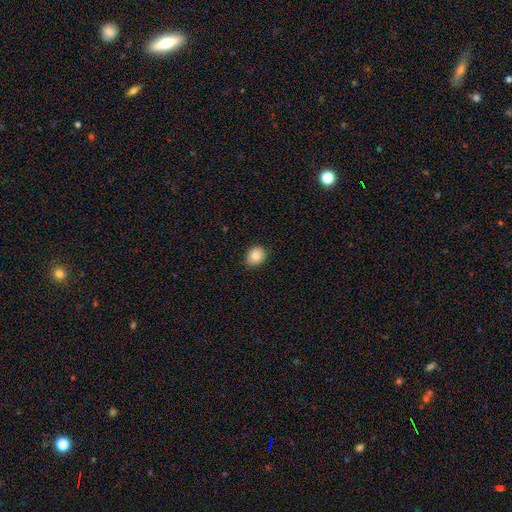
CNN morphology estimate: smooth 86%, star or artifact 9%, featured or disk 6%. Down the decision tree: how rounded — round (59%); merging — none (86%).